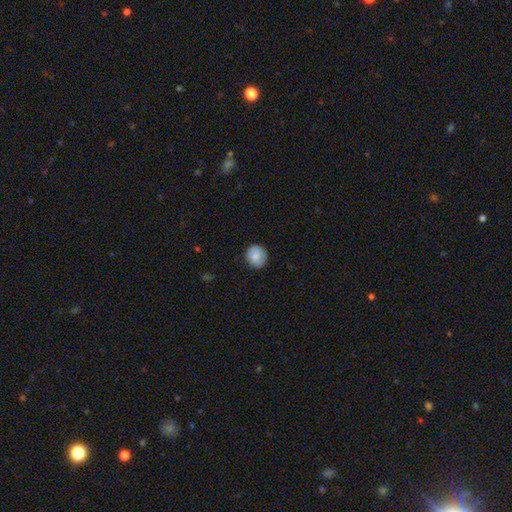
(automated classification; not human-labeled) This appears to be a smooth galaxy with no disk features (81%) that is round (84%). Merging: none (85%).